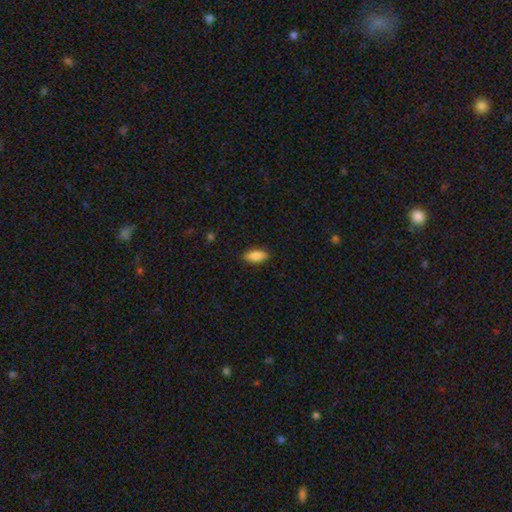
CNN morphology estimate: This appears to be a smooth galaxy with no disk features (84%) that is in between round and cigar-shaped (84%). Merging: none (88%).